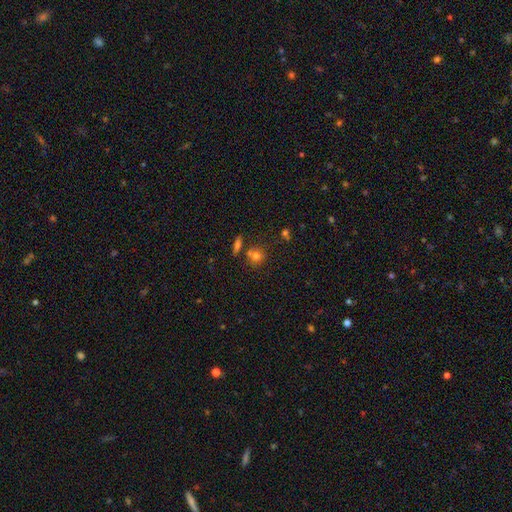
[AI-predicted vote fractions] Smooth or featured?
  - smooth: 72% *
  - star or artifact: 15%
  - featured or disk: 13%
How rounded?
  - round: 82% *
  - in between: 16%
  - cigar-shaped: 2%
Merging?
  - none: 62% *
  - merger: 22%
  - minor disturbance: 11%
  - major disturbance: 4%